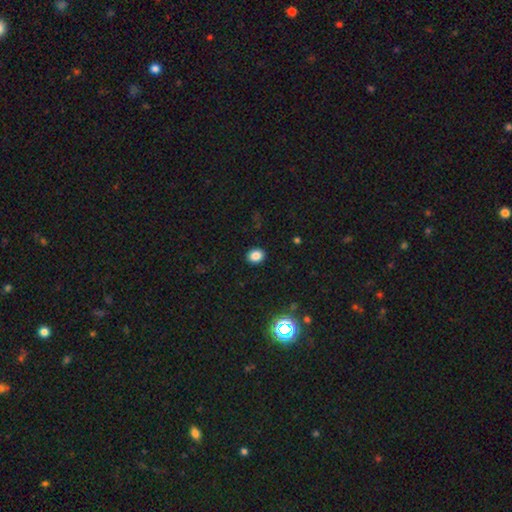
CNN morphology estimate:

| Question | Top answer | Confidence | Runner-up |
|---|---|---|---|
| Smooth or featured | smooth | 83% | star or artifact (13%) |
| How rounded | round | 57% | in between (42%) |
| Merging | none | 91% | minor disturbance (6%) |